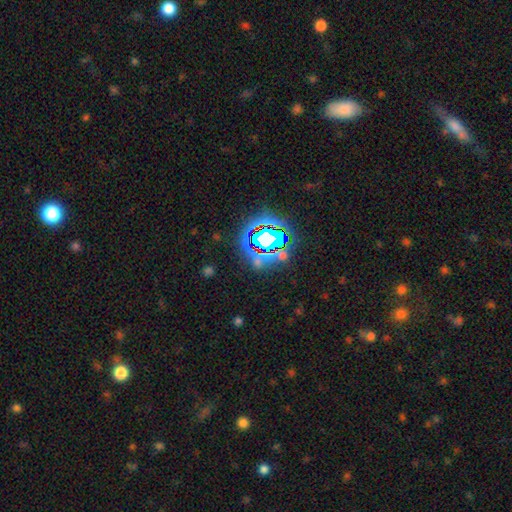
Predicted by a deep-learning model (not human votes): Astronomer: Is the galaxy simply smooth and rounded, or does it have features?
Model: star or artifact — 76%.